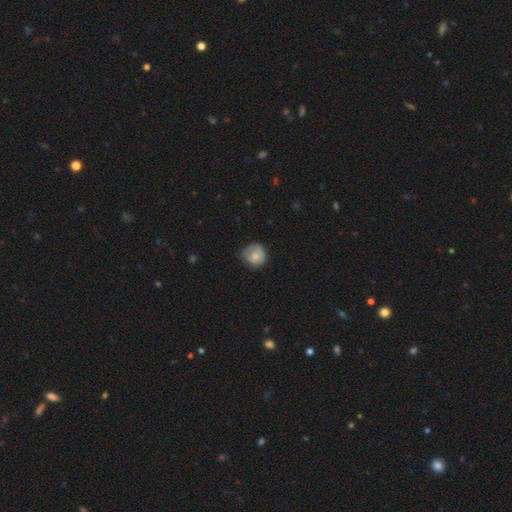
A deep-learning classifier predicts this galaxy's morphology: This appears to be a smooth galaxy with no disk features (72%) that is round (85%). Merging: none (57%).